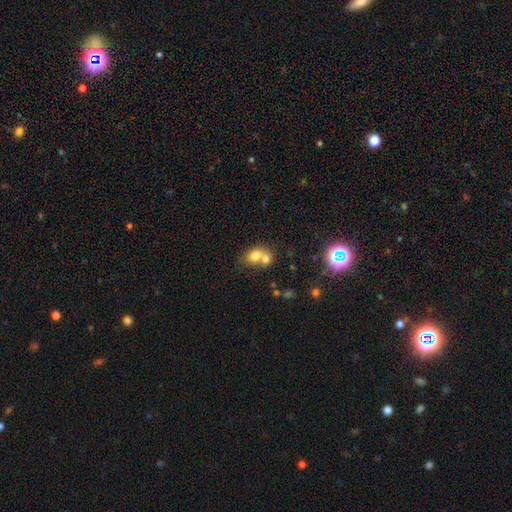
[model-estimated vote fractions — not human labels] Q: Smooth or featured?
A: smooth (72%); runner-up: featured or disk (18%)
Q: How rounded?
A: in between (51%); runner-up: round (48%)
Q: Merging?
A: merger (66%); runner-up: none (23%)